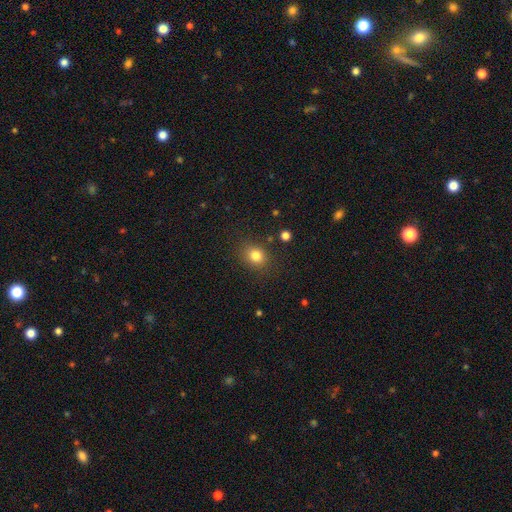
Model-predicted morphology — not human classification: Q: Smooth or featured?
A: smooth (81%); runner-up: star or artifact (12%)
Q: How rounded?
A: round (66%); runner-up: in between (33%)
Q: Merging?
A: none (84%); runner-up: minor disturbance (10%)